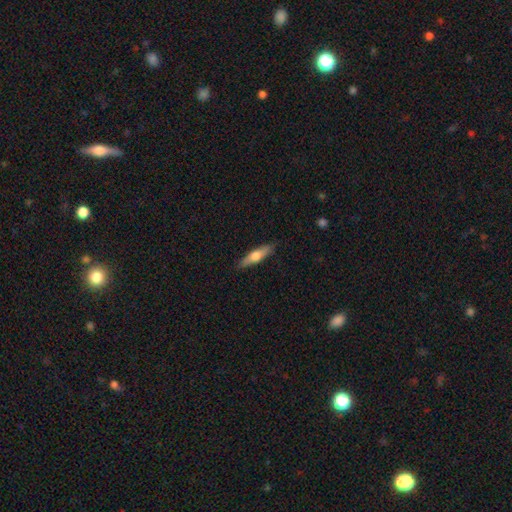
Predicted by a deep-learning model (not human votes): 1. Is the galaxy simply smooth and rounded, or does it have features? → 55% smooth, 39% featured or disk, 6% star or artifact.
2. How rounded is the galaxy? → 74% cigar-shaped, 24% in between, 2% round.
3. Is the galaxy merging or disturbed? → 88% none, 9% minor disturbance, 2% major disturbance, 1% merger.